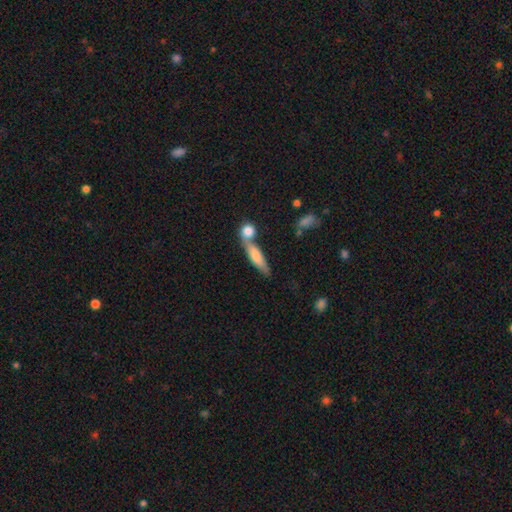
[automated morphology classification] The model was most divided on "merging": merger: 44%, none: 40%, minor disturbance: 11%, major disturbance: 5%. More confident: smooth or featured — smooth (71%); how rounded — cigar-shaped (57%).